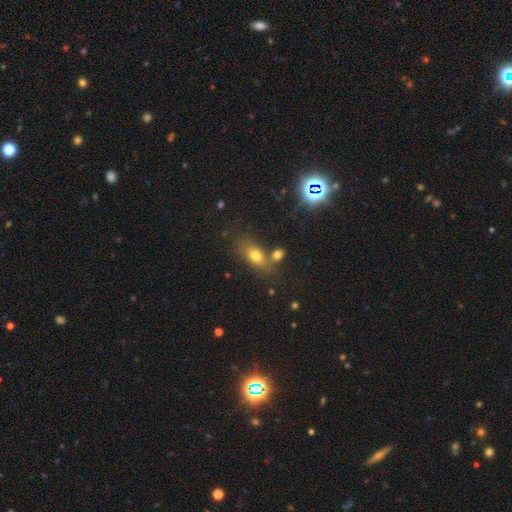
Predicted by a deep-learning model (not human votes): Smooth or featured? Predicted: smooth (p=0.69). How rounded? Predicted: in between (p=0.77). Merging? Predicted: none (p=0.61).